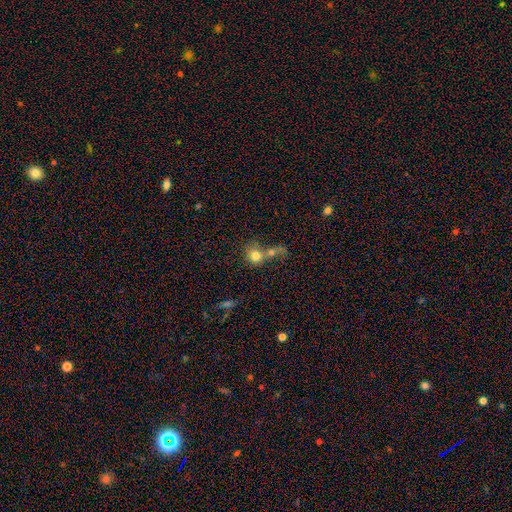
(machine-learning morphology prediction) A smooth galaxy with no disk features (76%) that is round (74%). Merging: merger (60%).